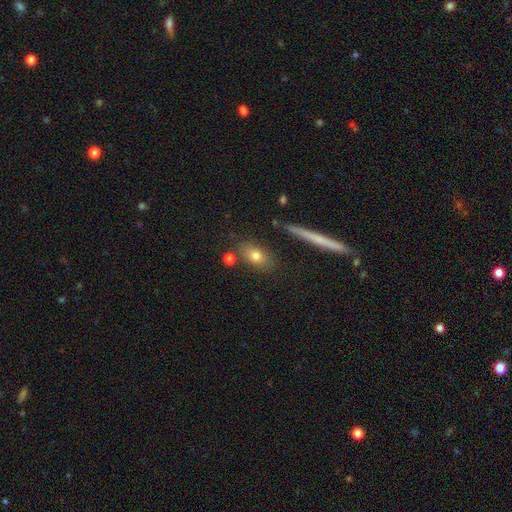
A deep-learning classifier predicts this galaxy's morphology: smooth-or-featured: smooth: 74% | featured or disk: 16% | star or artifact: 10%
  how-rounded: in between: 70% | round: 18% | cigar-shaped: 13%
  merging: none: 77% | minor disturbance: 12% | merger: 7% | major disturbance: 3%